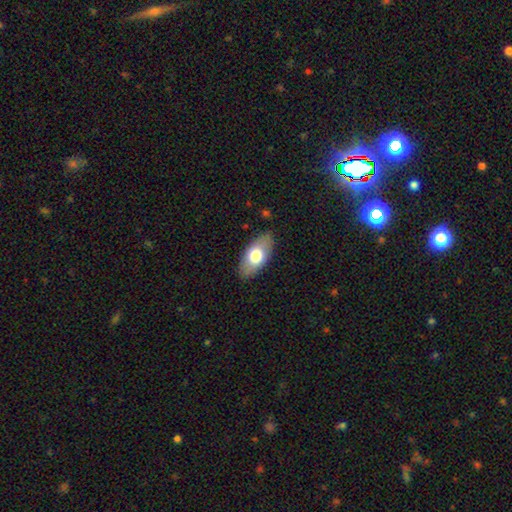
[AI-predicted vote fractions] This appears to be a smooth galaxy with no disk features (68%) that is in between round and cigar-shaped (91%). Merging: none (85%).